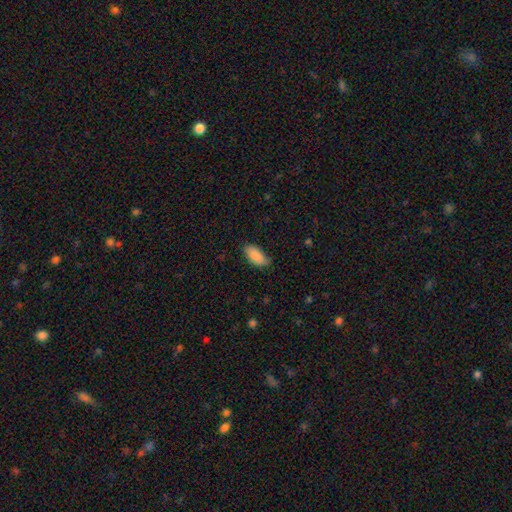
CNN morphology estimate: Smooth or featured: smooth — 88% (star or artifact — 6%)
How rounded: in between — 88% (cigar-shaped — 10%)
Merging: none — 79% (minor disturbance — 18%)